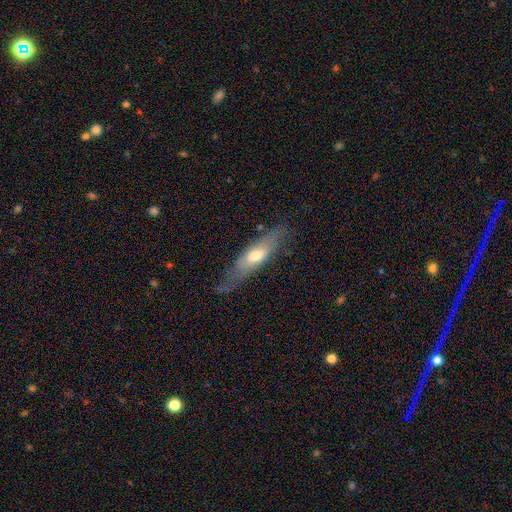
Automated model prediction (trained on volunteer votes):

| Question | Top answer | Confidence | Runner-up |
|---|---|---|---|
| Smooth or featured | smooth | 47% | tied: featured or disk (47%) |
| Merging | none | 64% | minor disturbance (24%) |